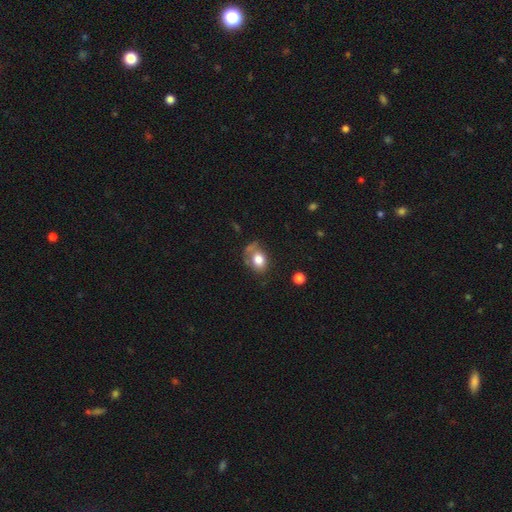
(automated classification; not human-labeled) smooth-or-featured: smooth: 72% | featured or disk: 17% | star or artifact: 11%
  how-rounded: in between: 52% | round: 47% | cigar-shaped: 1%
  merging: none: 49% | minor disturbance: 27% | major disturbance: 16% | merger: 8%